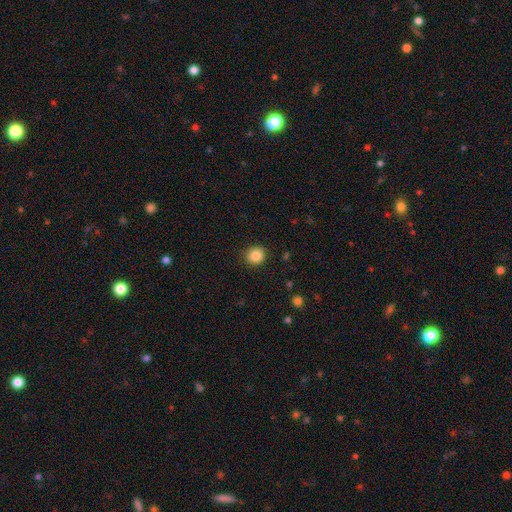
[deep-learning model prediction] Smooth or featured? Predicted: smooth (p=0.86). How rounded? Predicted: round (p=0.81). Merging? Predicted: none (p=0.87).